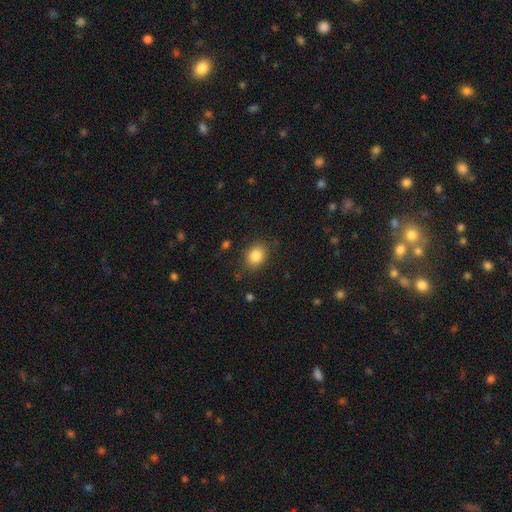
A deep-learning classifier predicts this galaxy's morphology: smooth-or-featured: smooth: 85% | star or artifact: 9% | featured or disk: 6%
  how-rounded: in between: 57% | round: 42% | cigar-shaped: 1%
  merging: none: 84% | minor disturbance: 11% | major disturbance: 3% | merger: 1%